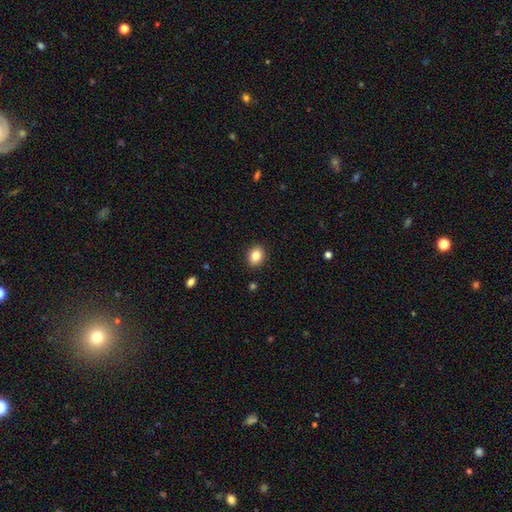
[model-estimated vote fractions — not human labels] A smooth galaxy with no disk features (84%) that is in between round and cigar-shaped (51%).

Vote fractions:
- Smooth or featured? smooth: 84% / star or artifact: 9% / featured or disk: 7%
- How rounded? in between: 51% / round: 48% / cigar-shaped: 1%
- Merging? none: 90% / minor disturbance: 7% / major disturbance: 2% / merger: 1%